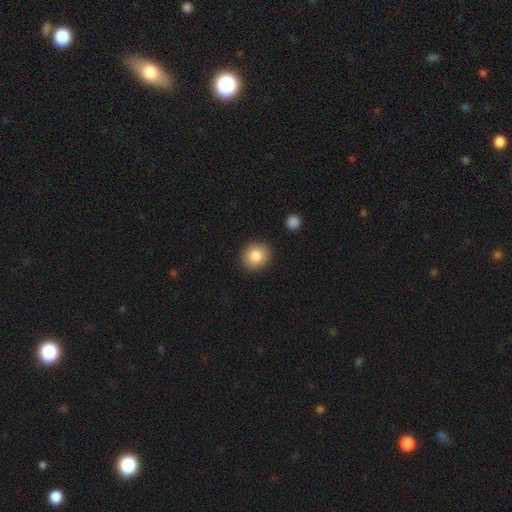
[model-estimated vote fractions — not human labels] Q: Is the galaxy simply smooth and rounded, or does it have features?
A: smooth — 84%.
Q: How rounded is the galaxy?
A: round — 88%.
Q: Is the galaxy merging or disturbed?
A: none — 90%.